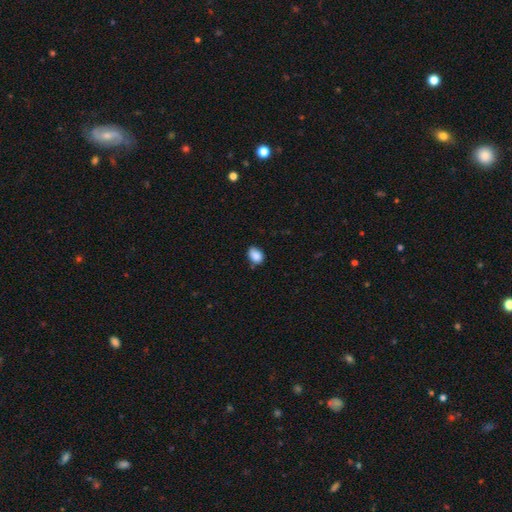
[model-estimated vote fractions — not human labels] This is clearly a smooth galaxy (87%). How rounded: likely in between (75%). Merging: likely none (70%).